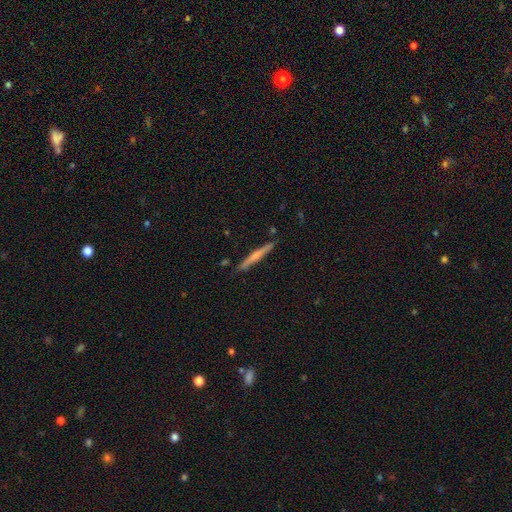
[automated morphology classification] Smooth or featured? featured or disk (52%)
Edge-on disk? yes (97%)
Merging? none (87%)